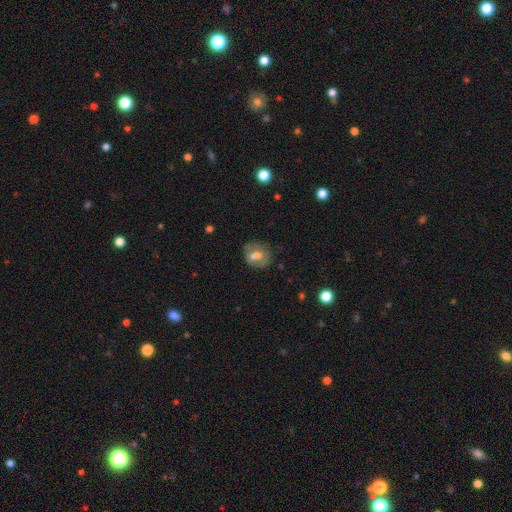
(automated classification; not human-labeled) Smooth or featured: smooth — 51% (featured or disk — 39%)
How rounded: in between — 51% (round — 47%)
Merging: none — 58% (minor disturbance — 23%)